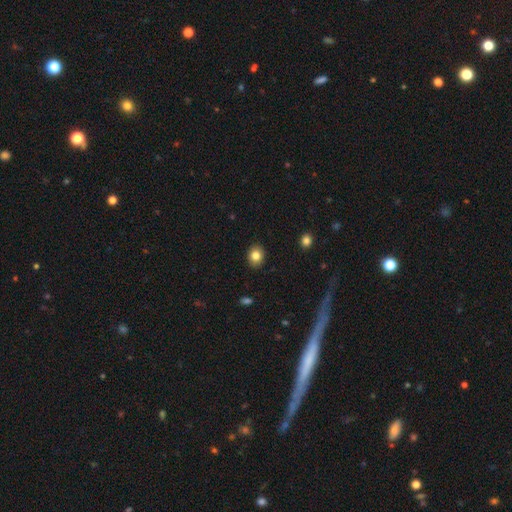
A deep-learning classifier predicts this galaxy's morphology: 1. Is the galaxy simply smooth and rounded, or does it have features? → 82% smooth, 9% star or artifact, 8% featured or disk.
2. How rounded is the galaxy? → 54% round, 45% in between, 1% cigar-shaped.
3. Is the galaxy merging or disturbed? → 90% none, 7% minor disturbance, 2% major disturbance, 1% merger.